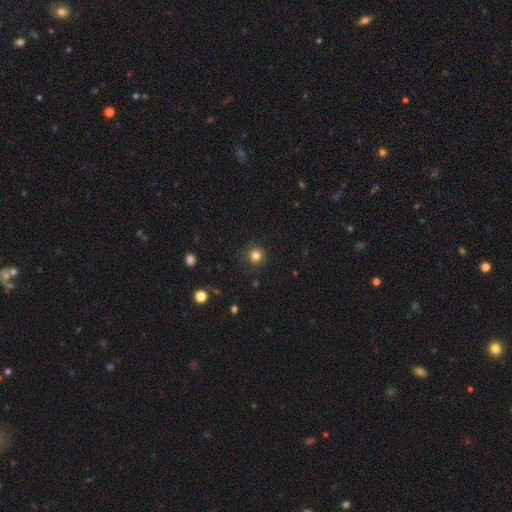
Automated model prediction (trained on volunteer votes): Smooth or featured? Predicted: smooth (p=0.82). How rounded? Predicted: round (p=0.93). Merging? Predicted: none (p=0.87).